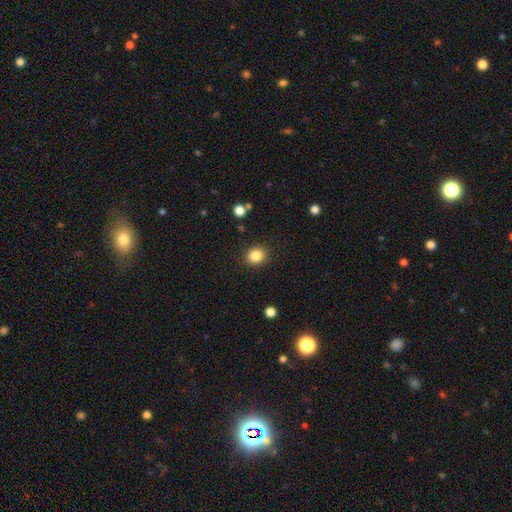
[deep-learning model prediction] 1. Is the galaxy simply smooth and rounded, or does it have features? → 85% smooth, 10% star or artifact, 4% featured or disk.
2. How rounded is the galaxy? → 78% round, 21% in between, 1% cigar-shaped.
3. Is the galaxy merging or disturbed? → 90% none, 7% minor disturbance, 2% major disturbance, 1% merger.